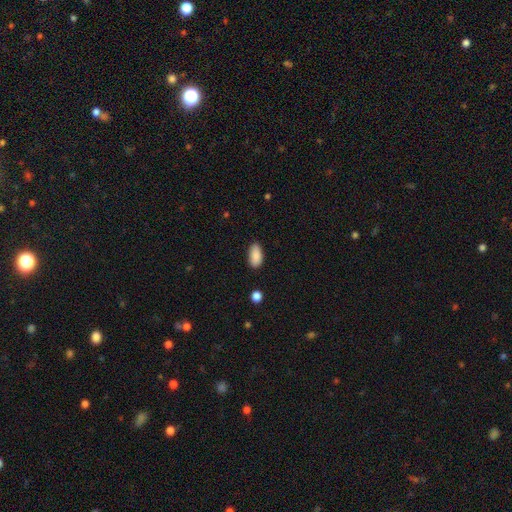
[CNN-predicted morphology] This appears to be a smooth galaxy with no disk features (89%) that is in between round and cigar-shaped (93%). Merging: none (85%).